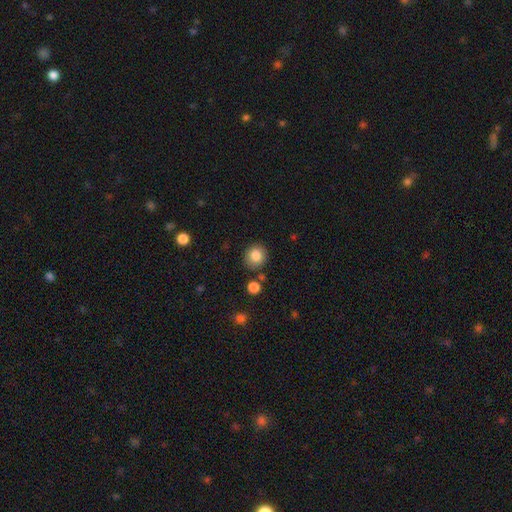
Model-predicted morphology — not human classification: A smooth galaxy with no disk features (84%) that is round (84%). Merging: none (83%).